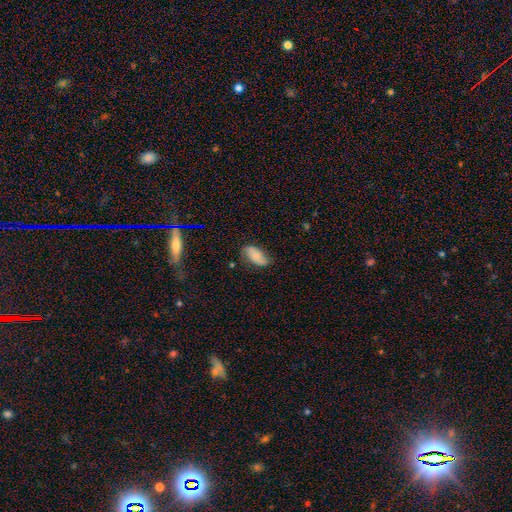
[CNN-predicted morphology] Overall: smooth (60%; featured or disk 31%). How rounded: in between (91%). Merging: none (65%; minor disturbance 26%).